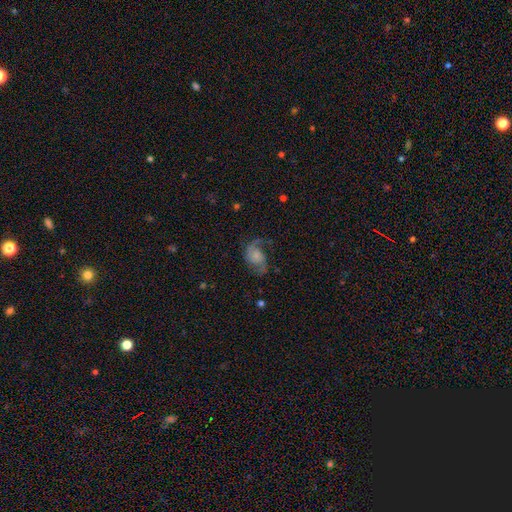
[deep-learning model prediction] Smooth or featured? Predicted: featured or disk (p=0.76). Edge-on disk? Predicted: no (p=0.98). Bar? Predicted: no (p=0.68). Spiral arms? Predicted: yes (p=0.94). Spiral winding? Predicted: loose (p=0.50). Spiral arm count? Predicted: 2 (p=0.85). Bulge size? Predicted: small (p=0.44). Merging? Predicted: none (p=0.58).